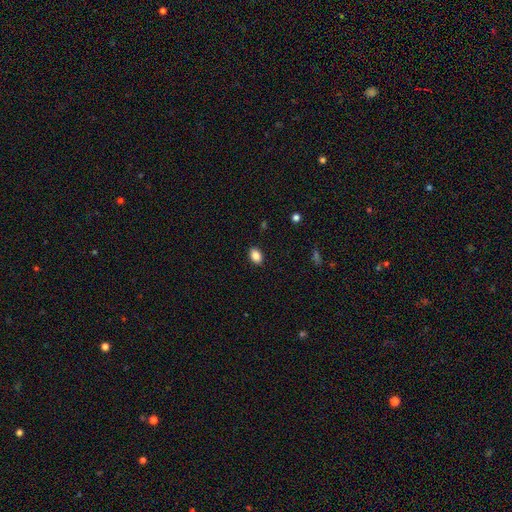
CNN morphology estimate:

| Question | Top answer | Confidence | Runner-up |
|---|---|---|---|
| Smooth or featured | smooth | 87% | star or artifact (9%) |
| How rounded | in between | 84% | round (15%) |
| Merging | none | 89% | minor disturbance (8%) |